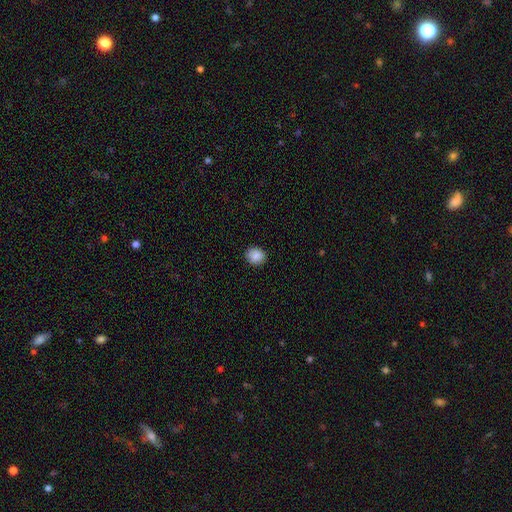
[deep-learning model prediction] Overall: smooth (89%). How rounded: round (71%). Merging: none (90%).